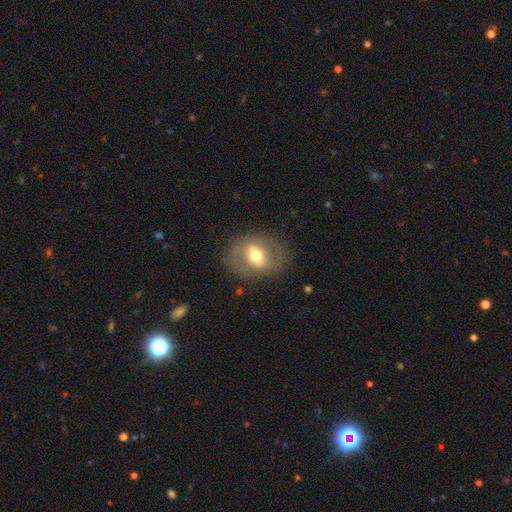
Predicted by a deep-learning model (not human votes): Smooth or featured: smooth — 46% (tied with featured or disk — 46%)
Merging: none — 78% (minor disturbance — 13%)